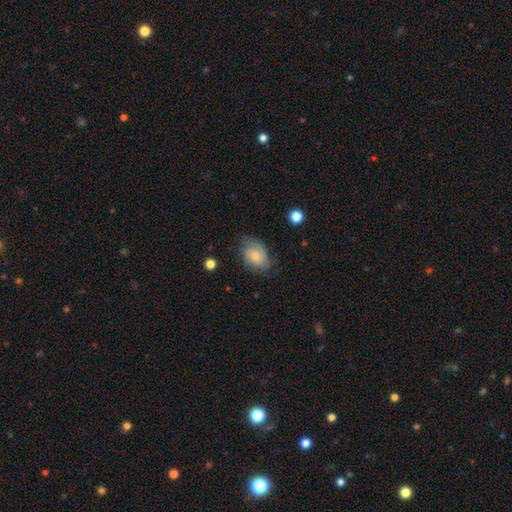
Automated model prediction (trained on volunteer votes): This is likely a smooth galaxy (71%). How rounded: likely in between (79%). Merging: likely none (63%).